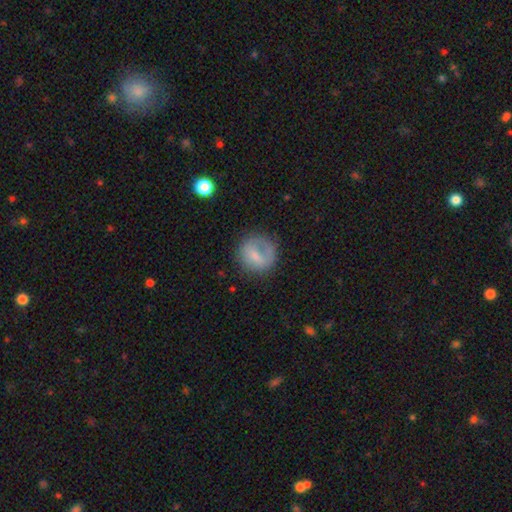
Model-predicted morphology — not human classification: Smooth or featured? Predicted: smooth (p=0.63). How rounded? Predicted: round (p=0.85). Merging? Predicted: none (p=0.61).